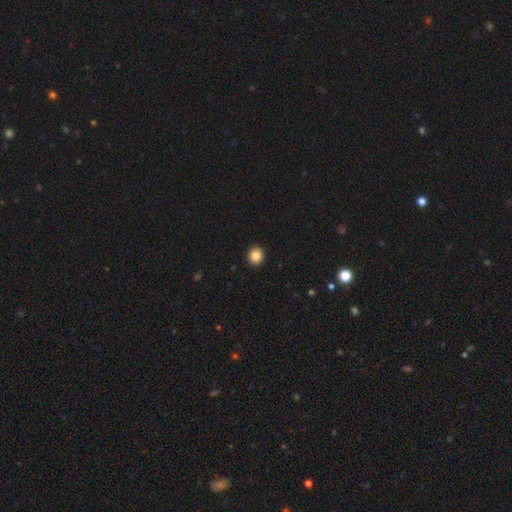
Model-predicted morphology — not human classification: Smooth or featured? smooth (86%)
How rounded? round (83%)
Merging? none (93%)